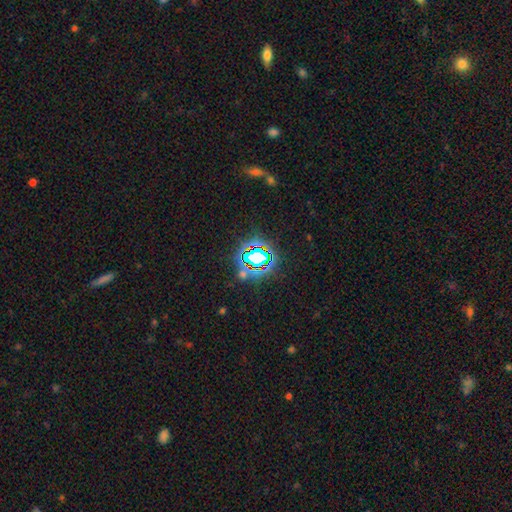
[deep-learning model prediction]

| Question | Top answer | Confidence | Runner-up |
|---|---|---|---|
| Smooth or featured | star or artifact | 73% | smooth (17%) |